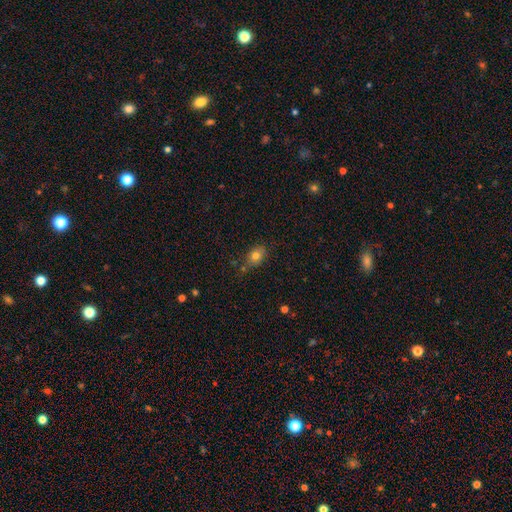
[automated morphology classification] Smooth or featured: smooth — 78% (featured or disk — 11%)
How rounded: in between — 69% (round — 30%)
Merging: none — 71% (minor disturbance — 18%)